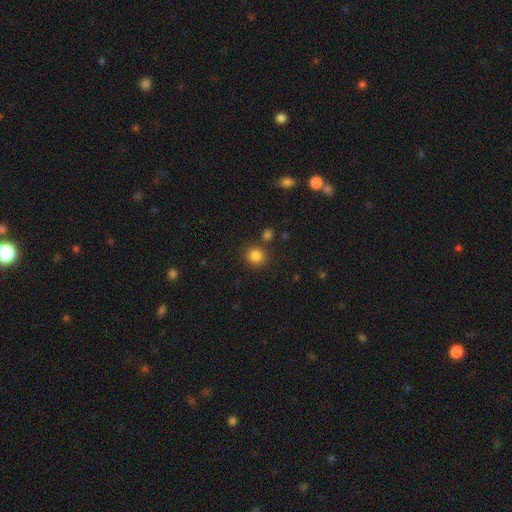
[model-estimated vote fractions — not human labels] Smooth or featured? smooth (84%)
How rounded? round (86%)
Merging? none (82%)